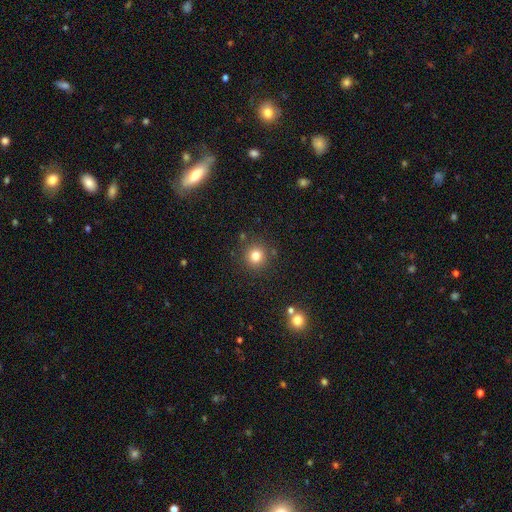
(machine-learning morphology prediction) Smooth or featured?
  - smooth: 80% *
  - star or artifact: 14%
  - featured or disk: 7%
How rounded?
  - round: 92% *
  - in between: 8%
  - cigar-shaped: 1%
Merging?
  - none: 86% *
  - minor disturbance: 8%
  - merger: 3%
  - major disturbance: 3%